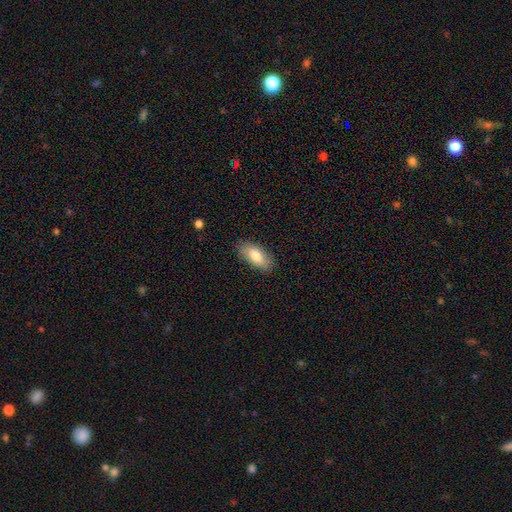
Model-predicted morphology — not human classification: Smooth or featured? smooth (82%)
How rounded? in between (89%)
Merging? none (85%)